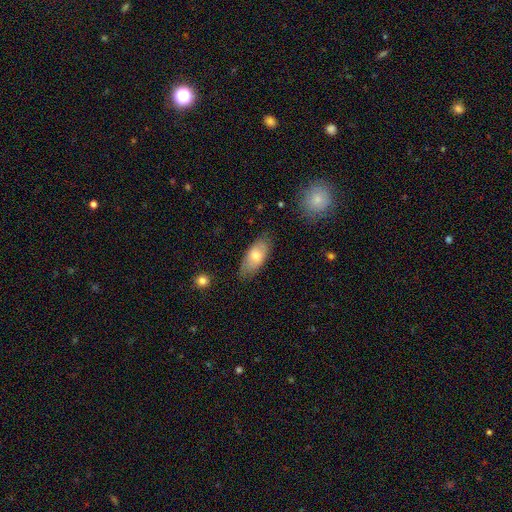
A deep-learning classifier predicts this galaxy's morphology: Overall: smooth (71%). How rounded: in between (87%). Merging: none (80%).